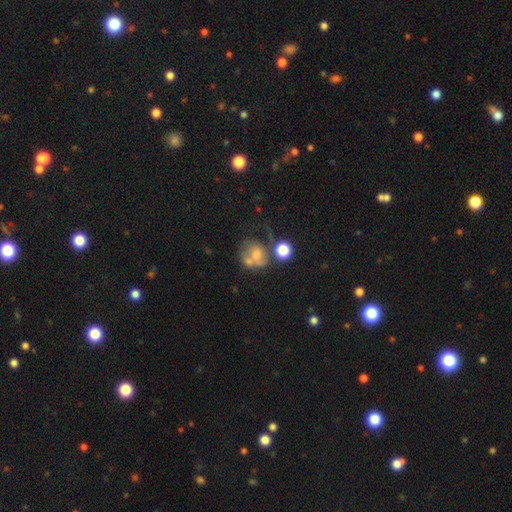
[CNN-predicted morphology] smooth_or_featured: smooth (p=0.52) [alt: featured or disk p=0.36]
how_rounded: round (p=0.63) [alt: in between p=0.36]
merging: merger (p=0.28) [tied with: none p=0.28]